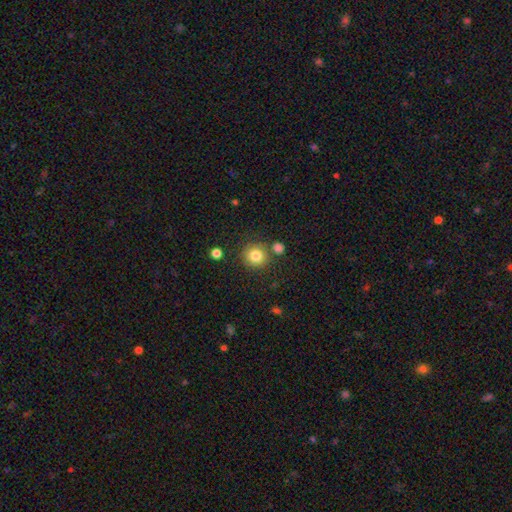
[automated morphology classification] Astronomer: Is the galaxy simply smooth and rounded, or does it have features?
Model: smooth — 82%.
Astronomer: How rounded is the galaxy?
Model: round — 91%.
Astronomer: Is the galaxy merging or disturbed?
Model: none — 79%.